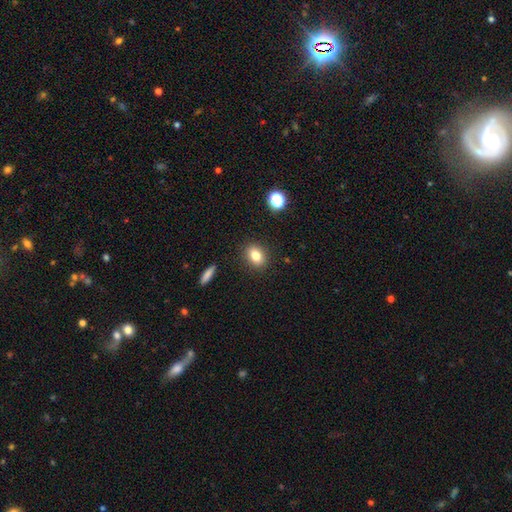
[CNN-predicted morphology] A smooth galaxy with no disk features (80%) that is in between round and cigar-shaped (65%).

Vote fractions:
- Smooth or featured? smooth: 80% / star or artifact: 11% / featured or disk: 9%
- How rounded? in between: 65% / round: 33% / cigar-shaped: 2%
- Merging? none: 88% / minor disturbance: 8% / major disturbance: 2% / merger: 2%